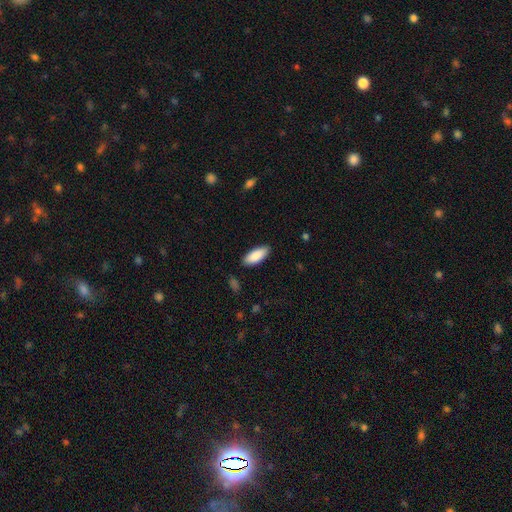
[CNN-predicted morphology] Smooth or featured? smooth (88%)
How rounded? in between (79%)
Merging? none (87%)